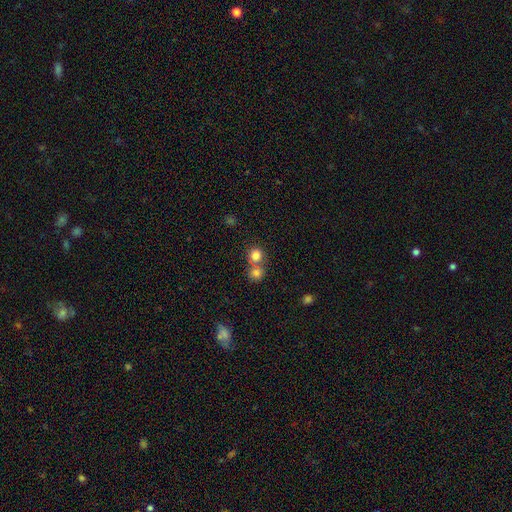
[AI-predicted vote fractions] This is likely a smooth galaxy (80%). How rounded: clearly round (88%). Merging: possibly none (49%).